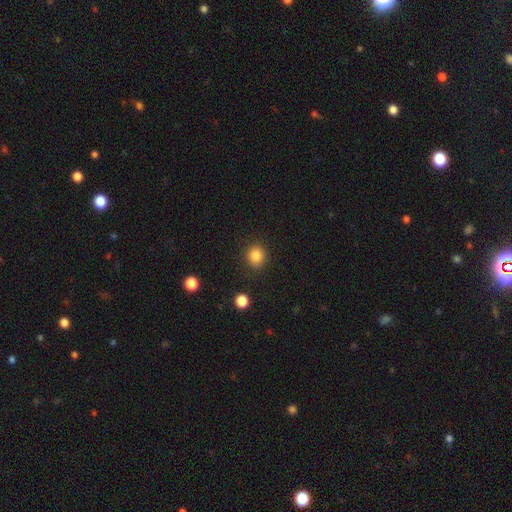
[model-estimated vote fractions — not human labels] smooth_or_featured: smooth (p=0.85) [alt: star or artifact p=0.11]
how_rounded: round (p=0.85) [alt: in between p=0.14]
merging: none (p=0.88) [alt: minor disturbance p=0.08]